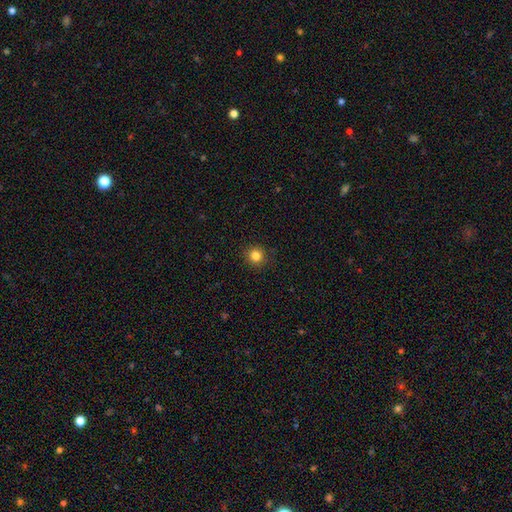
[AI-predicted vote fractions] Smooth or featured?
  - smooth: 83% *
  - star or artifact: 12%
  - featured or disk: 5%
How rounded?
  - round: 94% *
  - in between: 5%
  - cigar-shaped: 1%
Merging?
  - none: 92% *
  - minor disturbance: 5%
  - major disturbance: 2%
  - merger: 1%